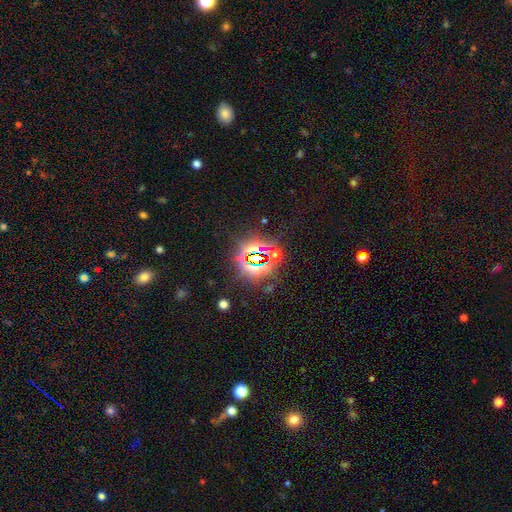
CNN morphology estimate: Overall: star or artifact (82%).